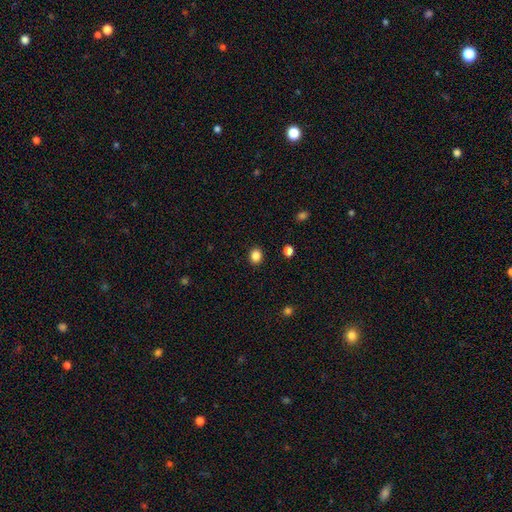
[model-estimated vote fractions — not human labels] A smooth galaxy with no disk features (86%) that is round (64%). Merging: none (90%).